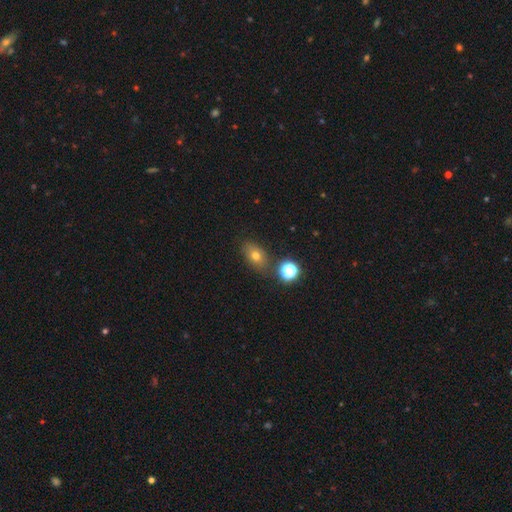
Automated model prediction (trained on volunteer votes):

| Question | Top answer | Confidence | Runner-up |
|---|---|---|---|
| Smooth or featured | smooth | 68% | star or artifact (17%) |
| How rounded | in between | 75% | round (23%) |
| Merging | none | 78% | minor disturbance (12%) |